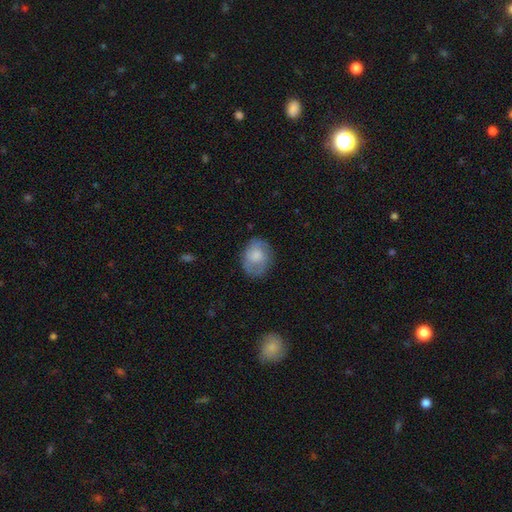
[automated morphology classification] Smooth or featured?
  - smooth: 58% *
  - featured or disk: 35%
  - star or artifact: 8%
How rounded?
  - in between: 55% *
  - round: 44%
  - cigar-shaped: 1%
Merging?
  - none: 70% *
  - minor disturbance: 20%
  - major disturbance: 8%
  - merger: 1%